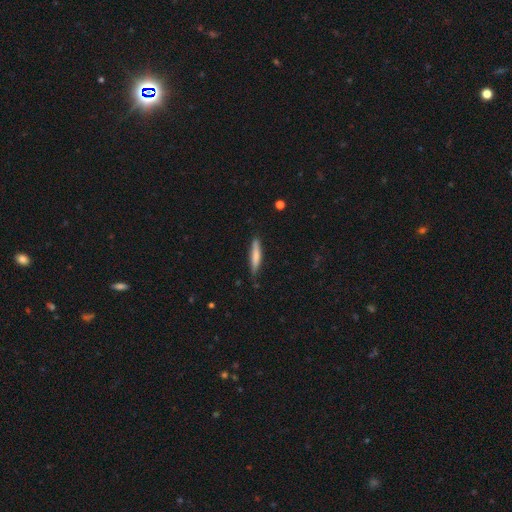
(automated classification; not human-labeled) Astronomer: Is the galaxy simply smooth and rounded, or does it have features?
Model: smooth — 73%.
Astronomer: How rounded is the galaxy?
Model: cigar-shaped — 89%.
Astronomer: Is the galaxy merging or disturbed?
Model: none — 78%.